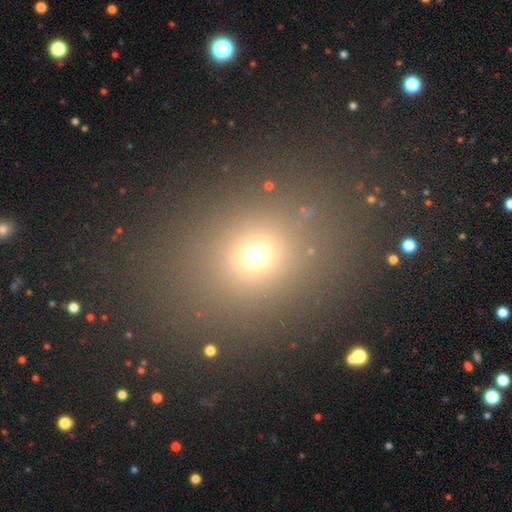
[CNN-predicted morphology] Smooth or featured?
  - smooth: 65% *
  - star or artifact: 26%
  - featured or disk: 9%
How rounded?
  - round: 64% *
  - in between: 35%
  - cigar-shaped: 1%
Merging?
  - none: 84% *
  - minor disturbance: 8%
  - major disturbance: 4%
  - merger: 3%